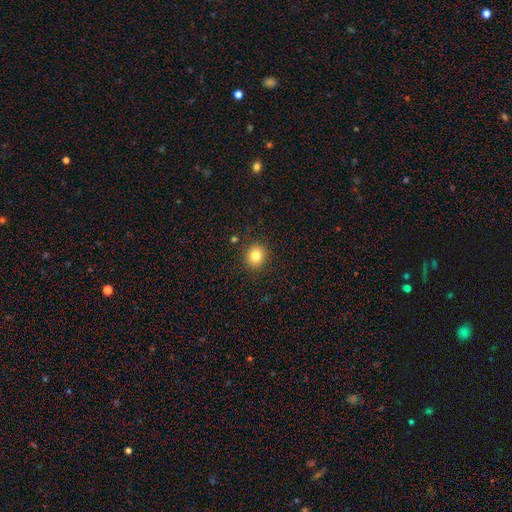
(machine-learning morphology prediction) A smooth galaxy with no disk features (82%) that is round (88%).

Vote fractions:
- Smooth or featured? smooth: 82% / star or artifact: 11% / featured or disk: 7%
- How rounded? round: 88% / in between: 11% / cigar-shaped: 1%
- Merging? none: 90% / minor disturbance: 6% / major disturbance: 2% / merger: 1%